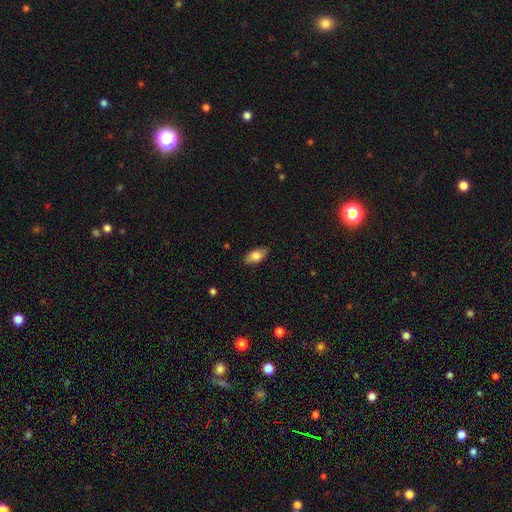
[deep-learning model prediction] Smooth or featured?
  - smooth: 76% *
  - featured or disk: 17%
  - star or artifact: 7%
How rounded?
  - in between: 87% *
  - cigar-shaped: 8%
  - round: 4%
Merging?
  - none: 83% *
  - minor disturbance: 13%
  - major disturbance: 3%
  - merger: 1%